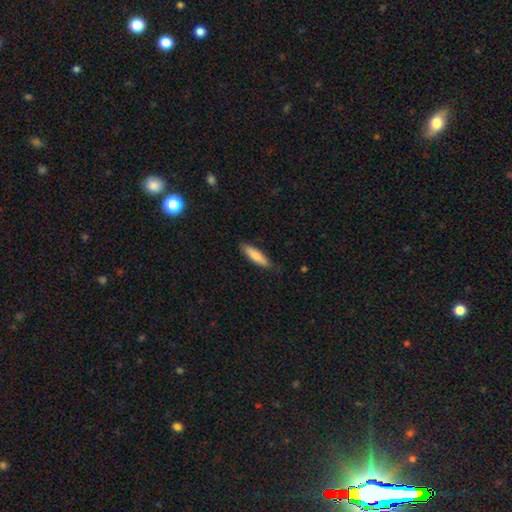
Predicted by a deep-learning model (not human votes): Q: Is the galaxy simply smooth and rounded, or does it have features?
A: smooth — 79%.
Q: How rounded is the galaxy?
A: cigar-shaped — 67%.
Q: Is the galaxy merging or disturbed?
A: none — 82%.